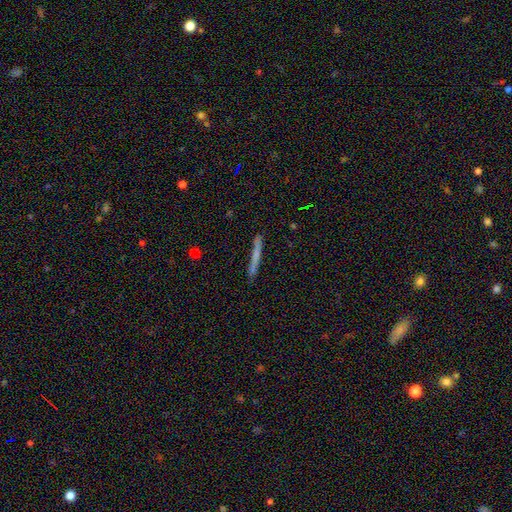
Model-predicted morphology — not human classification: This appears to be a smooth galaxy with no disk features (63%) that is cigar-shaped (96%). Merging: none (85%).